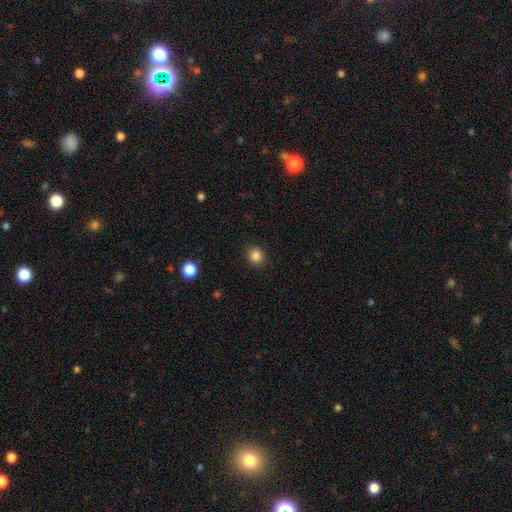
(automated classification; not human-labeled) Smooth or featured: smooth — 85% (star or artifact — 11%)
How rounded: round — 83% (in between — 16%)
Merging: none — 90% (minor disturbance — 7%)